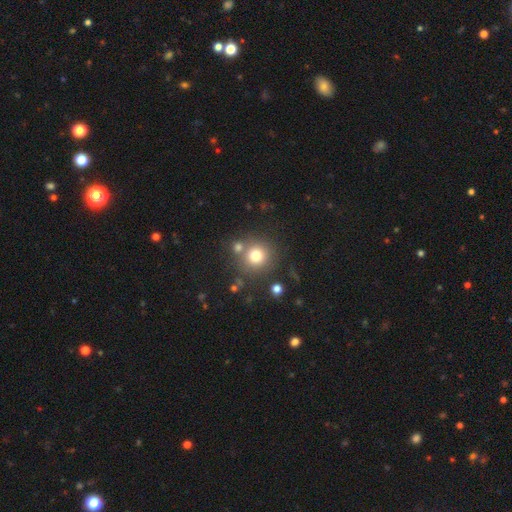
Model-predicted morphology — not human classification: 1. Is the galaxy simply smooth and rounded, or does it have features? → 76% smooth, 13% star or artifact, 10% featured or disk.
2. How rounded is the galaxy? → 92% round, 7% in between, 1% cigar-shaped.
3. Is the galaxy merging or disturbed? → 71% none, 16% merger, 9% minor disturbance, 4% major disturbance.